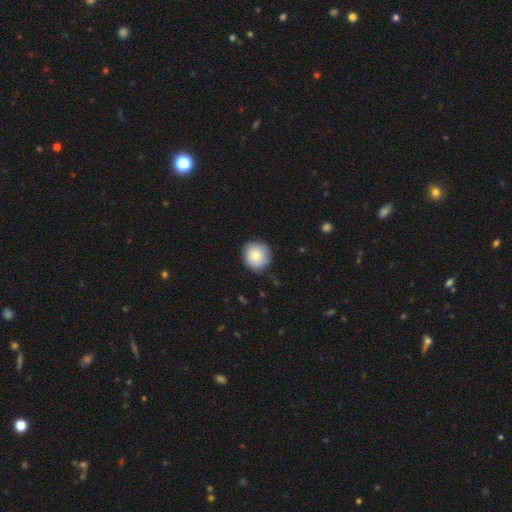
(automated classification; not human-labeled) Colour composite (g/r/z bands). It shows a smooth galaxy with no disk features (78%) that is round (91%). Merging: none (83%).